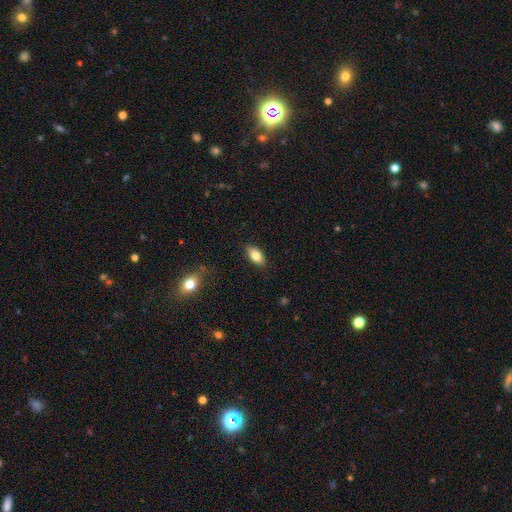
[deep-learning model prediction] A smooth galaxy with no disk features (80%) that is in between round and cigar-shaped (89%). Merging: none (86%).